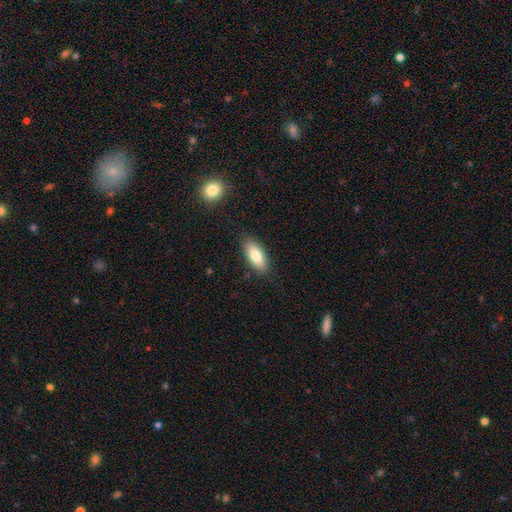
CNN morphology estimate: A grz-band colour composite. It shows a smooth galaxy with no disk features (81%) that is in between round and cigar-shaped (83%). Merging: none (84%).